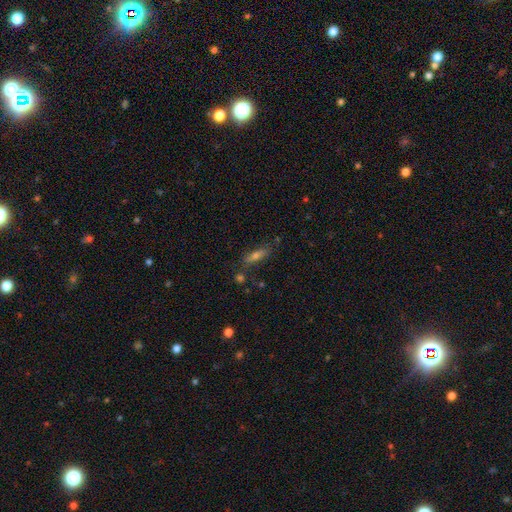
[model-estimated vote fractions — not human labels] Smooth or featured?
  - smooth: 44% *
  - featured or disk: 37%
  - star or artifact: 19%
Merging?
  - none: 76% *
  - minor disturbance: 13%
  - merger: 6%
  - major disturbance: 5%